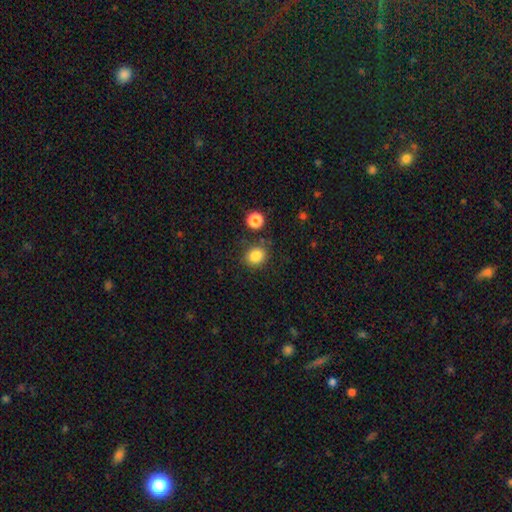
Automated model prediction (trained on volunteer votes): Smooth or featured? smooth (85%)
How rounded? round (68%)
Merging? none (81%)